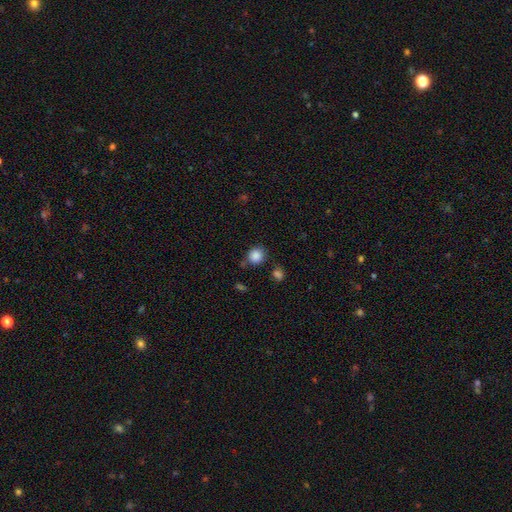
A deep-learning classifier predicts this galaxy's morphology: Smooth or featured? smooth (87%)
How rounded? round (86%)
Merging? none (79%)